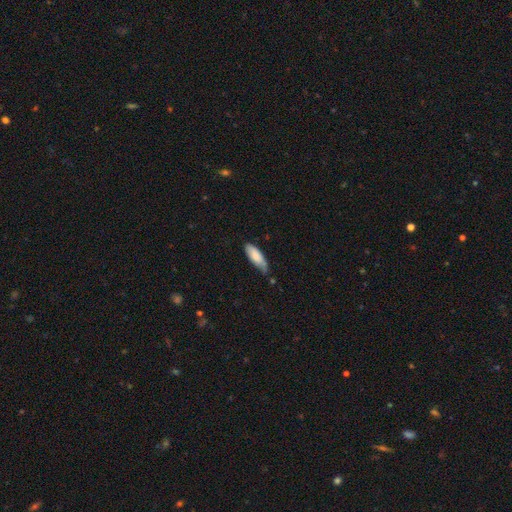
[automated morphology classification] Smooth or featured? Predicted: smooth (p=0.82). How rounded? Predicted: in between (p=0.65). Merging? Predicted: none (p=0.49).